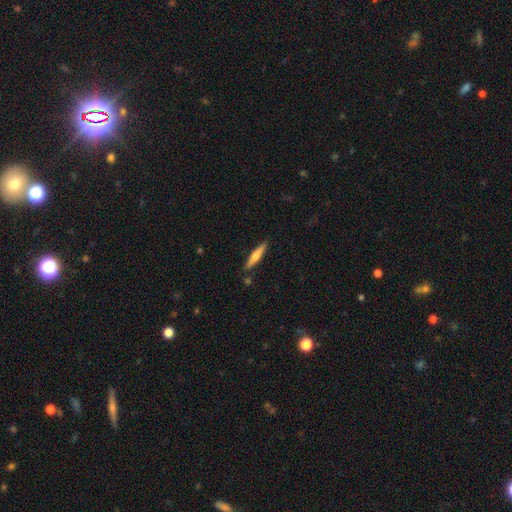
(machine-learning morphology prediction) Q: Smooth or featured?
A: smooth (57%); runner-up: featured or disk (37%)
Q: How rounded?
A: cigar-shaped (90%); runner-up: in between (9%)
Q: Merging?
A: none (86%); runner-up: minor disturbance (9%)